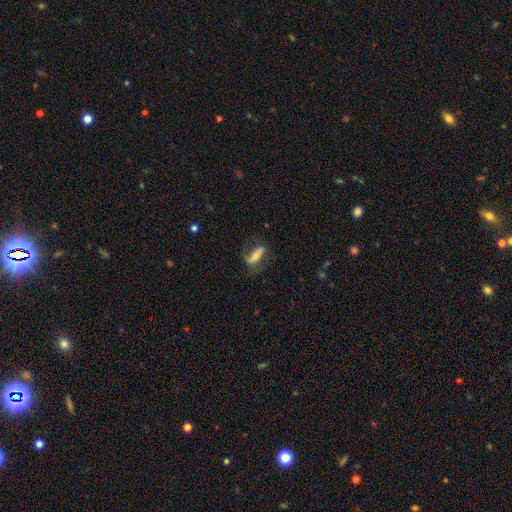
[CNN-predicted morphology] The model was most divided on "smooth or featured": featured or disk: 53%, smooth: 39%, star or artifact: 9%. More confident: edge-on disk — no (76%); merging — none (60%).